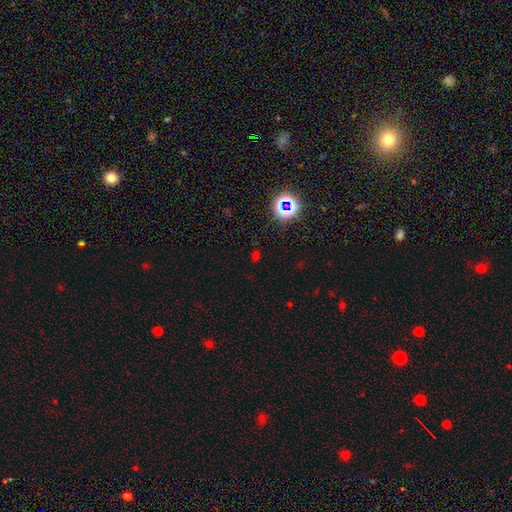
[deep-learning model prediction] Smooth or featured: star or artifact — 61% (smooth — 32%)